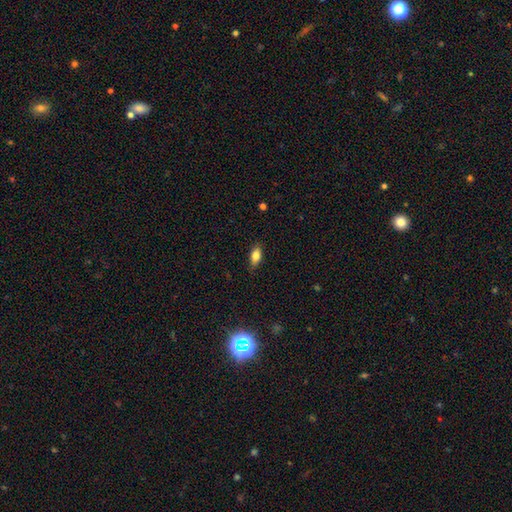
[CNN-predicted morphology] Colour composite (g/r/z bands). It shows a smooth galaxy with no disk features (78%) that is in between round and cigar-shaped (85%). Merging: none (84%).